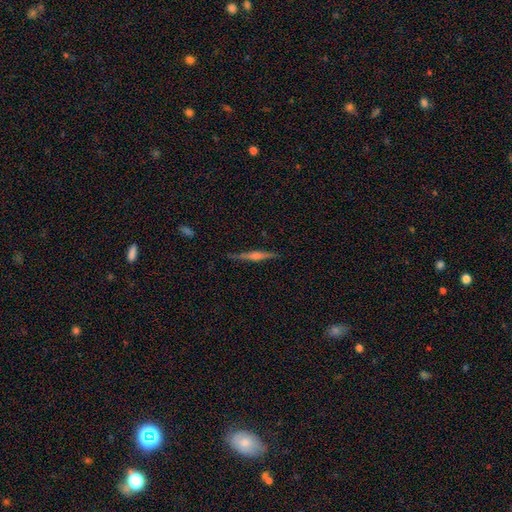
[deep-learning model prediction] A featured or disk galaxy (77%) viewed edge-on (98%) with a rounded central bulge (74%).

Vote fractions:
- Smooth or featured? featured or disk: 77% / smooth: 17% / star or artifact: 7%
- Edge-on disk? yes: 98% / no: 2%
- Edge-on bulge? rounded: 74% / boxy: 18% / none: 8%
- Merging? none: 89% / minor disturbance: 8% / major disturbance: 2% / merger: 1%